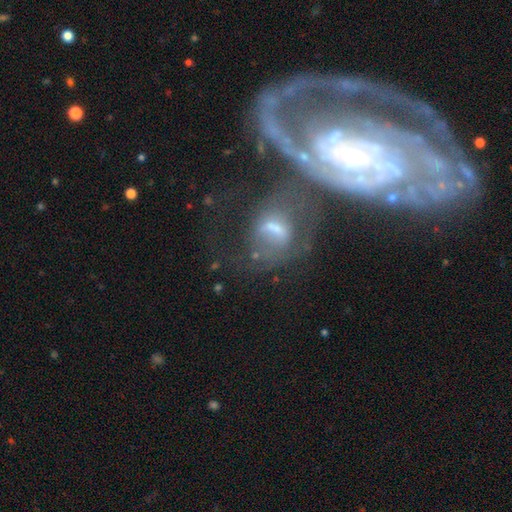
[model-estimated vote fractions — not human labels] A featured or disk galaxy (75%) with no bar (51%), tight (62%) spiral arms (88%) and a small central bulge (62%).

Vote fractions:
- Smooth or featured? featured or disk: 75% / smooth: 15% / star or artifact: 10%
- Edge-on disk? no: 95% / yes: 5%
- Bar? no: 51% / weak: 31% / strong: 17%
- Spiral arms? yes: 88% / no: 12%
- Spiral winding? tight: 62% / medium: 28% / loose: 10%
- Spiral arm count? can't tell: 33% / 2: 31% / 3: 14% / 1: 8% / 4: 7% / more than 4: 7%
- Bulge size? small: 62% / moderate: 29% / large: 4% / none: 3% / dominant: 2%
- Merging? none: 40% / merger: 27% / major disturbance: 17% / minor disturbance: 16%